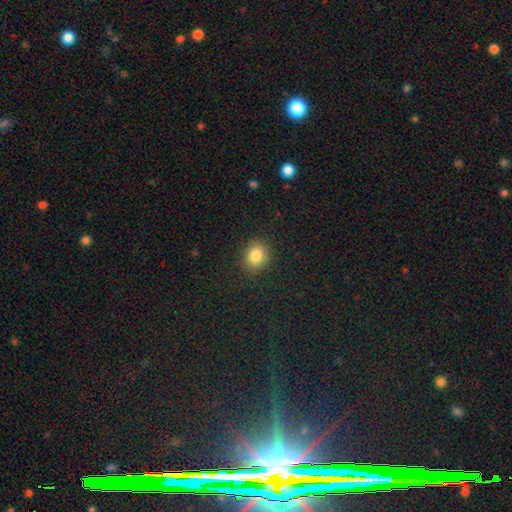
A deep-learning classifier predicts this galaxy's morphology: Overall: smooth (84%). How rounded: round (54%; in between 45%). Merging: none (88%).